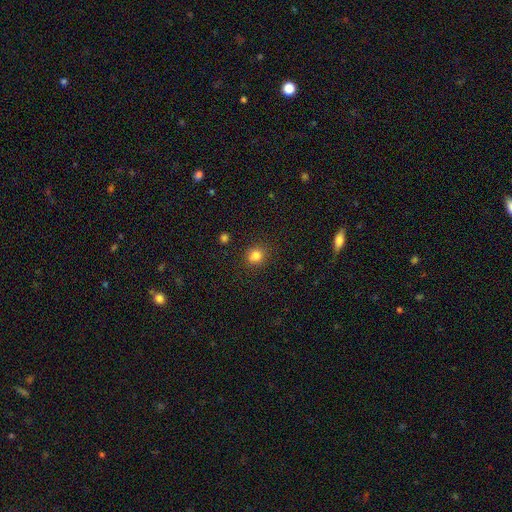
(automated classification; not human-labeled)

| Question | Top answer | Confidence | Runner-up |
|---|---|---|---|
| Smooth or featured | smooth | 82% | star or artifact (13%) |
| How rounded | round | 83% | in between (16%) |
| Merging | none | 87% | minor disturbance (8%) |